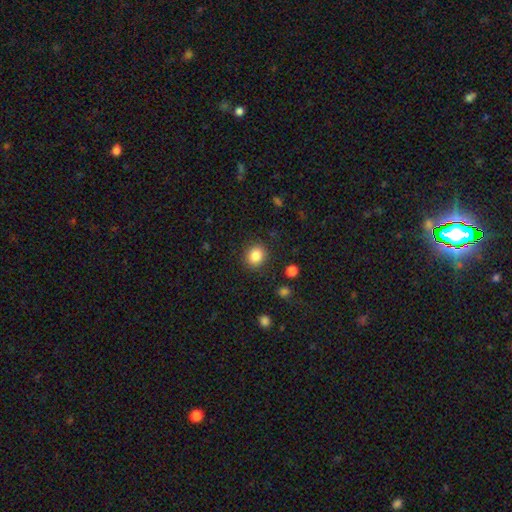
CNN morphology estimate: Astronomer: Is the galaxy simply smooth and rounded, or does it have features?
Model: smooth — 85%.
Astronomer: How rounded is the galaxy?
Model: round — 74%.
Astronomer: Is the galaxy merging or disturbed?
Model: none — 88%.